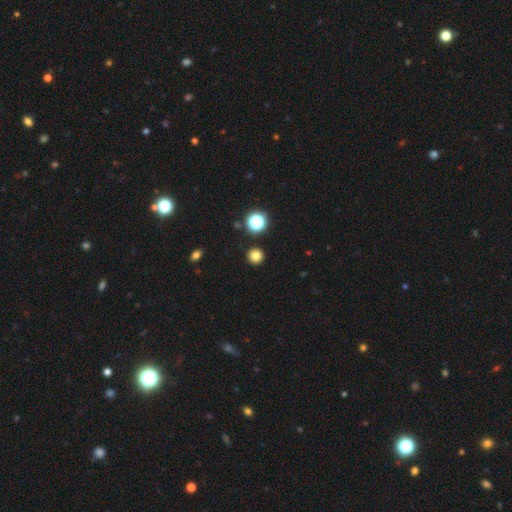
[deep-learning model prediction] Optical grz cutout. It shows a smooth galaxy with no disk features (80%) that is round (95%). Merging: none (92%).